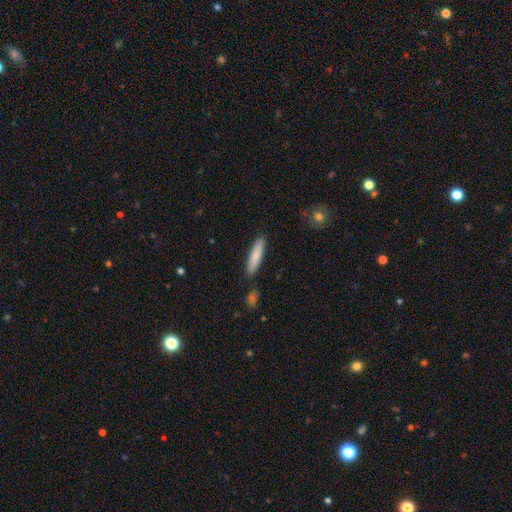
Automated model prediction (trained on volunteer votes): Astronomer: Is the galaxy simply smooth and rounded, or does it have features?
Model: smooth — 81%.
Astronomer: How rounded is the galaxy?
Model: cigar-shaped — 84%.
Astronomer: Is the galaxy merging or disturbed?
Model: none — 86%.